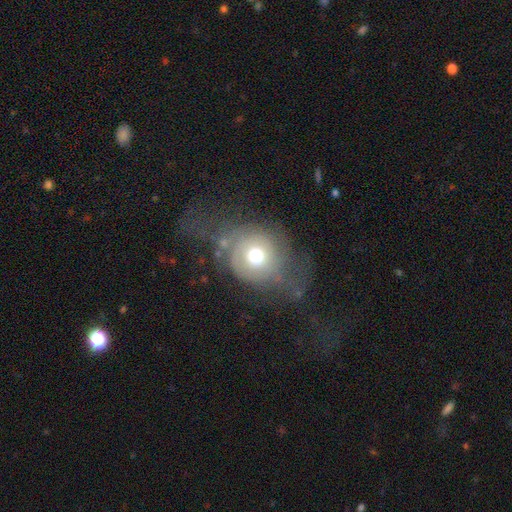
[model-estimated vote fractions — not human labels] Smooth or featured? smooth (54%)
How rounded? round (81%)
Merging? none (42%)